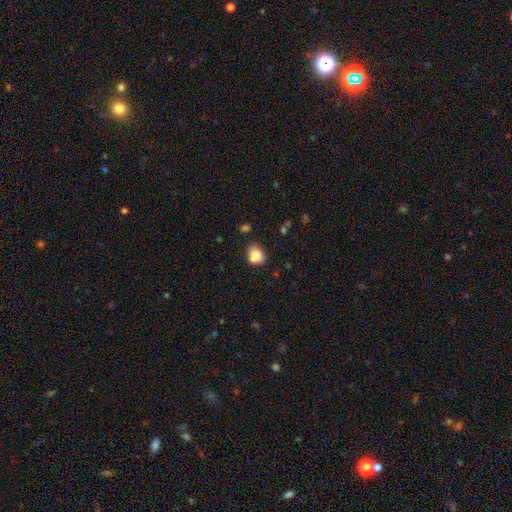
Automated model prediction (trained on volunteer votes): Overall: smooth (82%). How rounded: round (55%; in between 44%). Merging: none (56%; minor disturbance 20%).